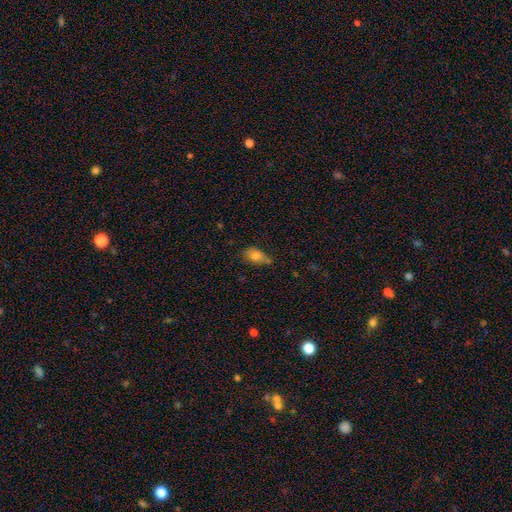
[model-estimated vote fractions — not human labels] This is likely a smooth galaxy (75%). How rounded: clearly in between (84%). Merging: possibly none (55%).